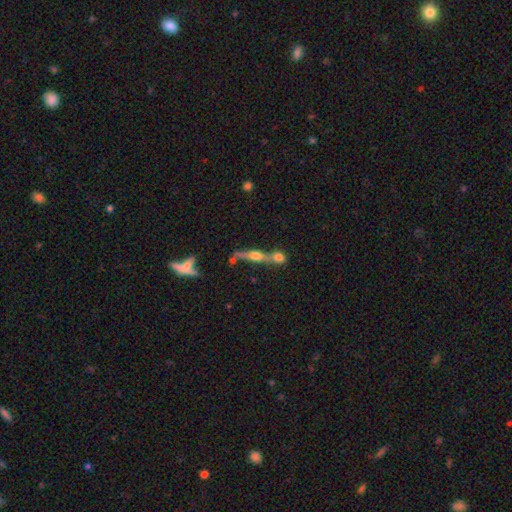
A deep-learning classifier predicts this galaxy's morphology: Q: Smooth or featured?
A: featured or disk (64%); runner-up: smooth (26%)
Q: Edge-on disk?
A: yes (87%); runner-up: no (13%)
Q: Edge-on bulge?
A: rounded (90%); runner-up: boxy (6%)
Q: Merging?
A: none (46%); runner-up: merger (40%)